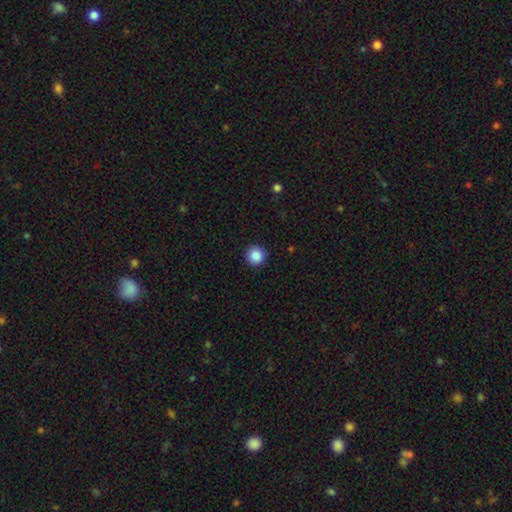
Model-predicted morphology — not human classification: This appears to be a smooth galaxy with no disk features (88%) that is round (96%). Merging: none (92%).